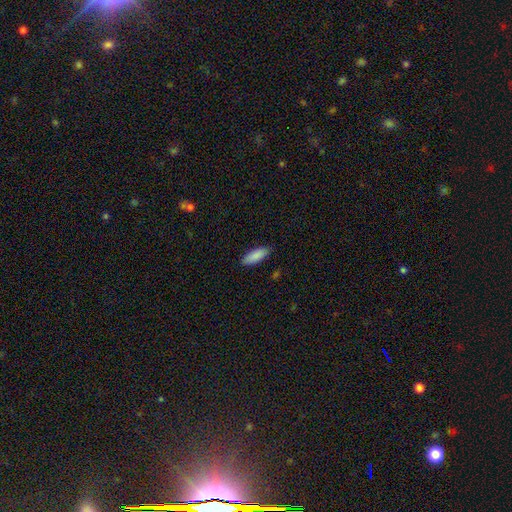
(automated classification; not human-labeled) A smooth galaxy with no disk features (89%) that is in between round and cigar-shaped (65%).

Vote fractions:
- Smooth or featured? smooth: 89% / star or artifact: 6% / featured or disk: 5%
- How rounded? in between: 65% / cigar-shaped: 34% / round: 2%
- Merging? none: 88% / minor disturbance: 10% / major disturbance: 2% / merger: 1%